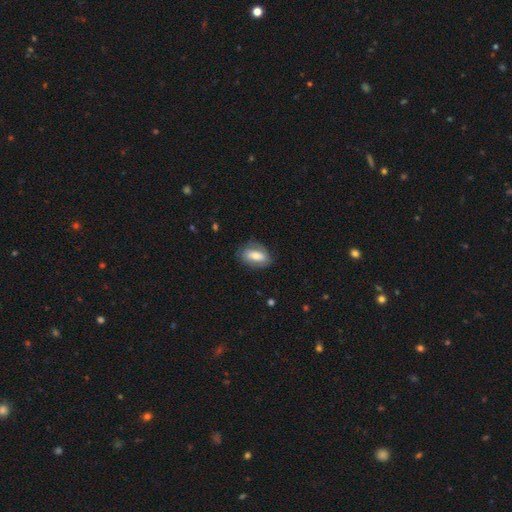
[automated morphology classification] Smooth or featured?
  - smooth: 58% *
  - featured or disk: 35%
  - star or artifact: 7%
How rounded?
  - in between: 87% *
  - round: 9%
  - cigar-shaped: 4%
Merging?
  - none: 76% *
  - minor disturbance: 17%
  - major disturbance: 6%
  - merger: 1%